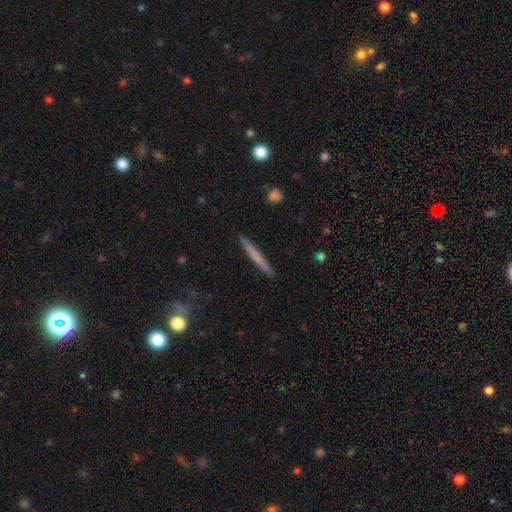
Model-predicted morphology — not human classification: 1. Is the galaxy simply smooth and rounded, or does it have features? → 61% smooth, 33% featured or disk, 6% star or artifact.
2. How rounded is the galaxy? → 97% cigar-shaped, 2% in between, 1% round.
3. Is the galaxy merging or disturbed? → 91% none, 6% minor disturbance, 1% major disturbance, 1% merger.